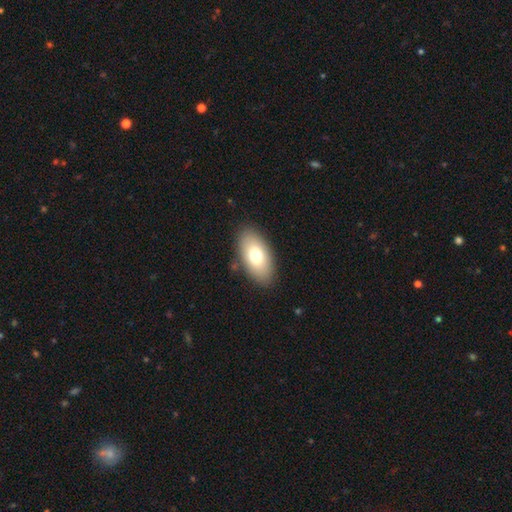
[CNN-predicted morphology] Overall: smooth (74%). How rounded: in between (93%). Merging: none (86%).